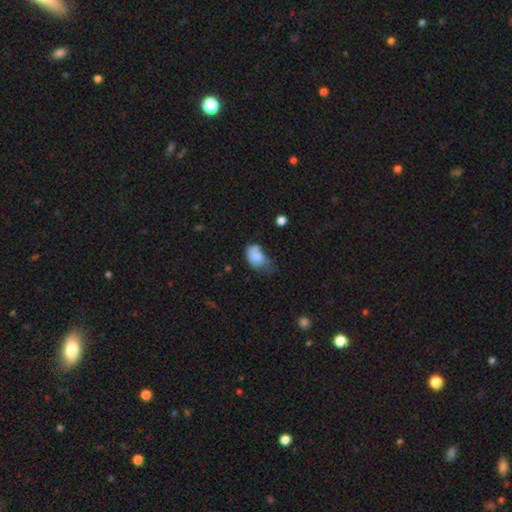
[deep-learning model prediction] smooth 77%, featured or disk 14%, star or artifact 9%. Down the decision tree: how rounded — in between (86%); merging — minor disturbance (41%).